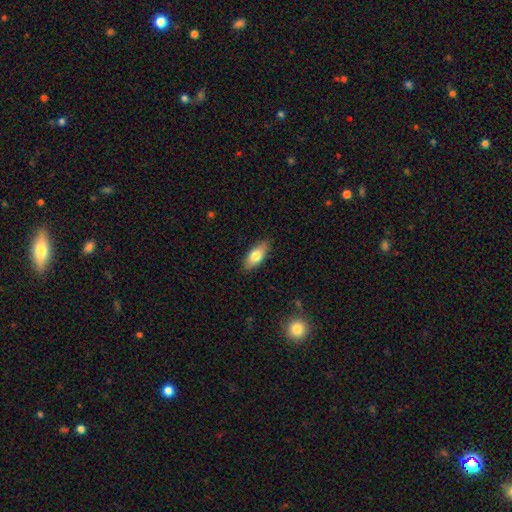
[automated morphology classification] smooth-or-featured: smooth: 76% | featured or disk: 18% | star or artifact: 7%
  how-rounded: in between: 85% | cigar-shaped: 12% | round: 3%
  merging: none: 86% | minor disturbance: 11% | major disturbance: 2% | merger: 1%